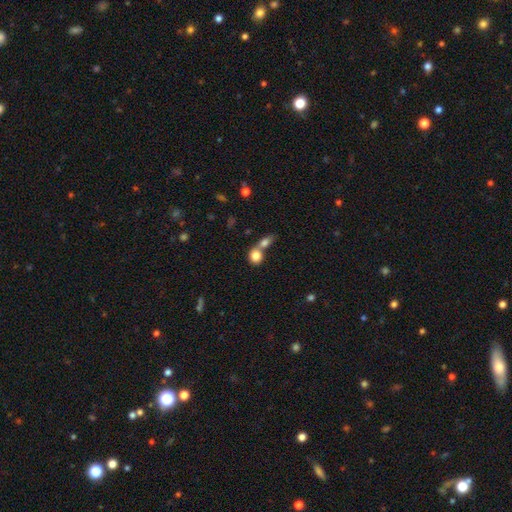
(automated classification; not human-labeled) Smooth or featured?
  - smooth: 82% *
  - featured or disk: 10%
  - star or artifact: 9%
How rounded?
  - round: 69% *
  - in between: 29%
  - cigar-shaped: 2%
Merging?
  - merger: 57% *
  - none: 33%
  - minor disturbance: 7%
  - major disturbance: 3%